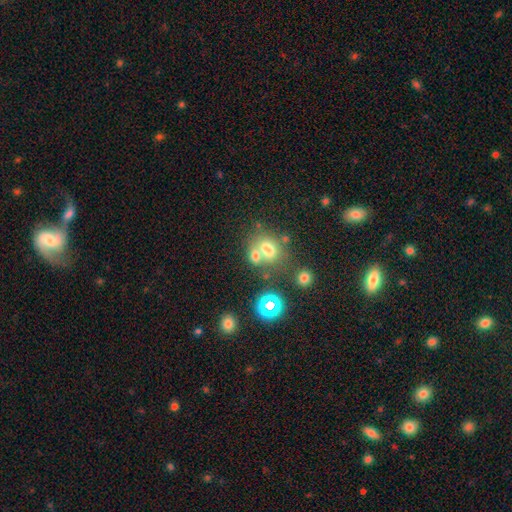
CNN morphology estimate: Smooth or featured: smooth — 66% (star or artifact — 19%)
How rounded: in between — 50% (round — 49%)
Merging: merger — 47% (none — 37%)